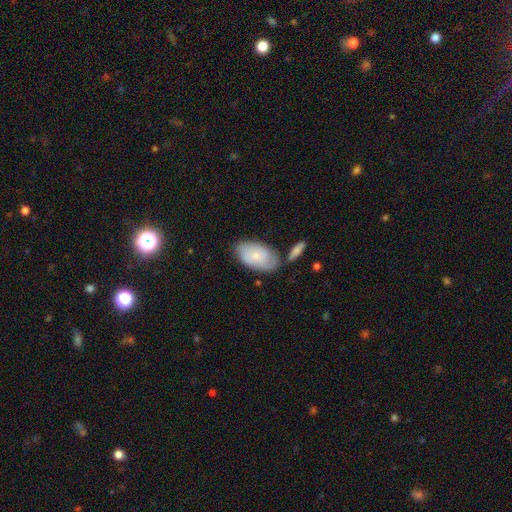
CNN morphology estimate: Smooth or featured? smooth (55%)
How rounded? in between (93%)
Merging? none (61%)